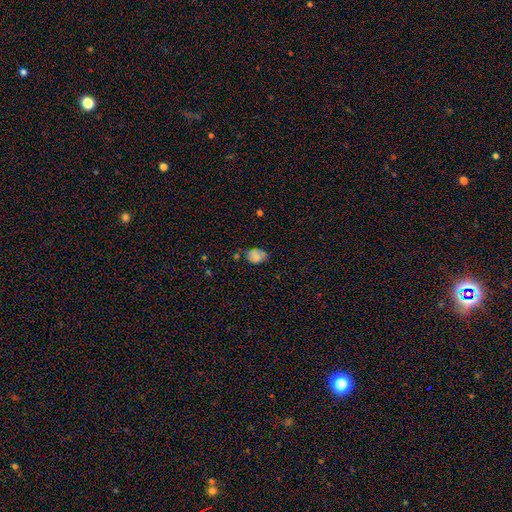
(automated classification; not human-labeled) Morphology: type=smooth (75%); roundness=in between (75%); merging=none (59%).